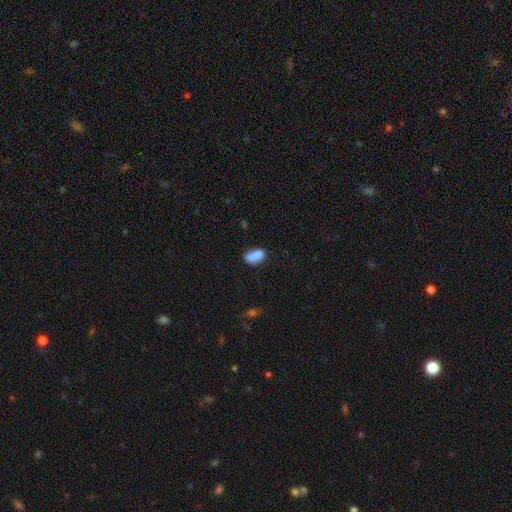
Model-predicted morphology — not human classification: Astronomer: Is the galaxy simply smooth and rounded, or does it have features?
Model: smooth — 76%.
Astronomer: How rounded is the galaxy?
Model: in between — 81%.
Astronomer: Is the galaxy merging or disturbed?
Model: merger — 44% (runner-up: none, 32%).